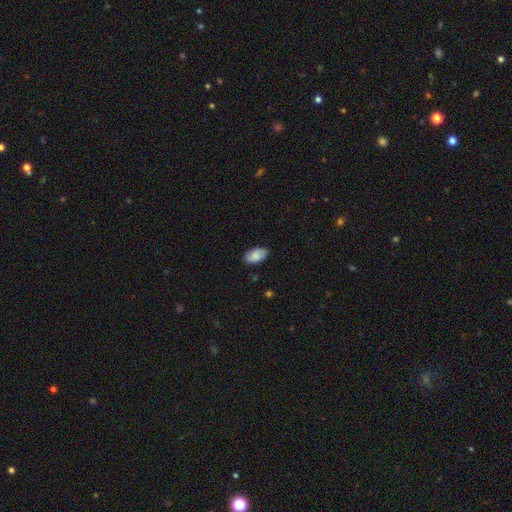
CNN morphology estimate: Q: Smooth or featured?
A: smooth (82%); runner-up: featured or disk (11%)
Q: How rounded?
A: in between (94%); runner-up: round (4%)
Q: Merging?
A: none (85%); runner-up: minor disturbance (12%)